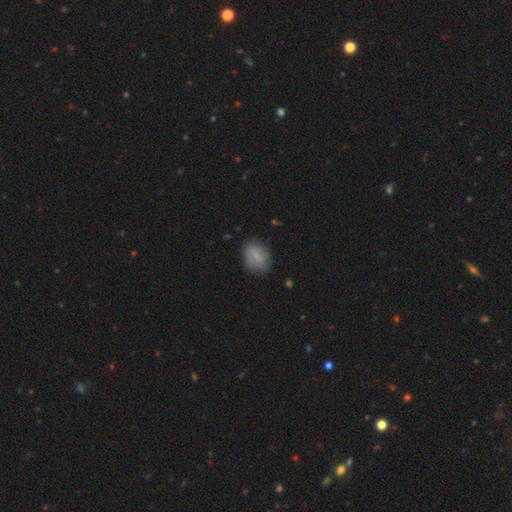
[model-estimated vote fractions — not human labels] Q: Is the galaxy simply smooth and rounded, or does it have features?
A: smooth — 68%.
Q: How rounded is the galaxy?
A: in between — 70%.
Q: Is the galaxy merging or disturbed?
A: none — 72%.